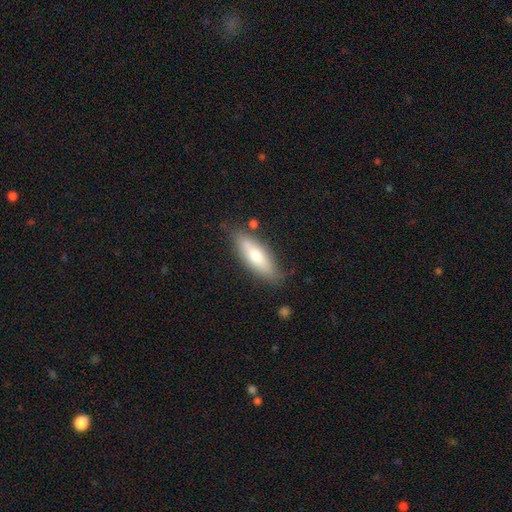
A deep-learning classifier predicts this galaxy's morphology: smooth-or-featured: smooth: 62% | featured or disk: 31% | star or artifact: 7%
  how-rounded: in between: 52% | cigar-shaped: 46% | round: 2%
  merging: none: 80% | minor disturbance: 14% | merger: 3% | major disturbance: 3%